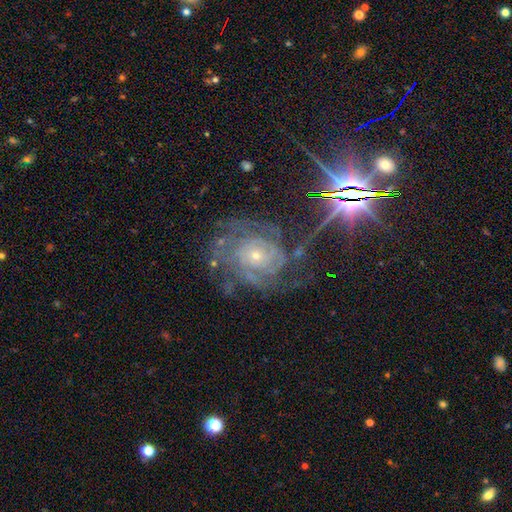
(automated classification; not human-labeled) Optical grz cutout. It shows a featured or disk galaxy (78%) with no bar (80%), tight (71%) spiral arms (95%) and a small central bulge (70%). Merging: none (68%).